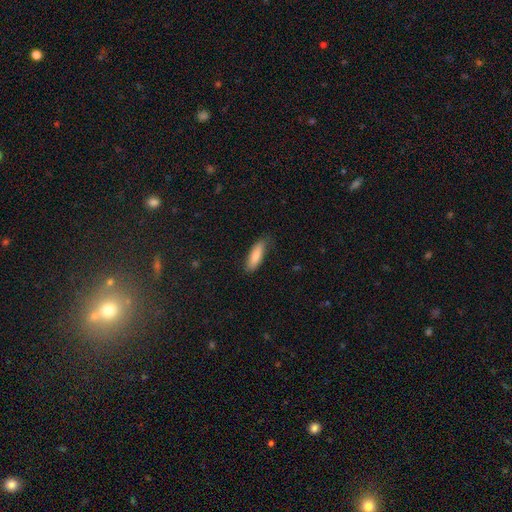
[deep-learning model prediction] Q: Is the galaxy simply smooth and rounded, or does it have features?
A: smooth — 83%.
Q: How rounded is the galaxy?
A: in between — 53%.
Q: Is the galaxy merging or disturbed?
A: none — 78%.